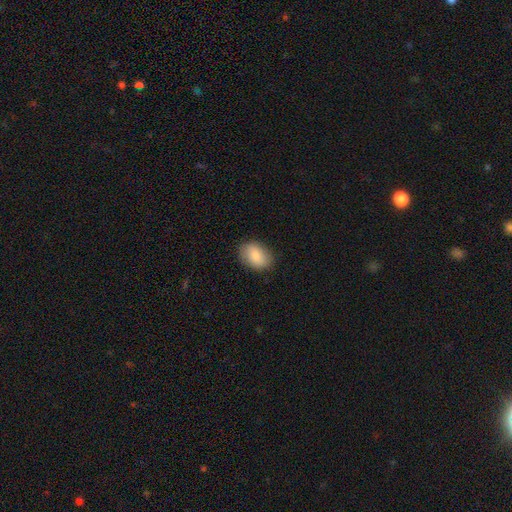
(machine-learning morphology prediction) This appears to be a smooth galaxy with no disk features (84%) that is in between round and cigar-shaped (83%). Merging: none (85%).